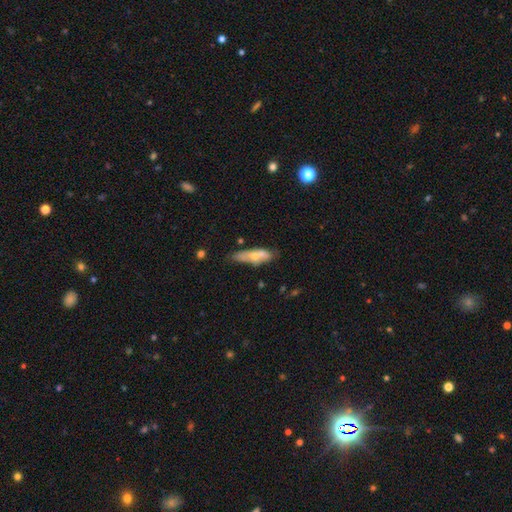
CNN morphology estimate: A smooth galaxy with no disk features (59%) that is cigar-shaped (50%). Merging: none (52%).